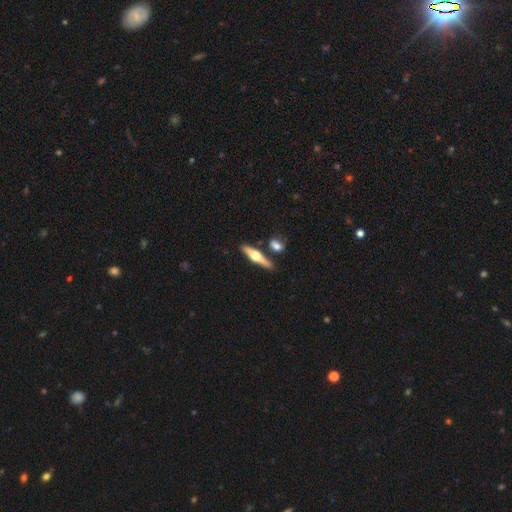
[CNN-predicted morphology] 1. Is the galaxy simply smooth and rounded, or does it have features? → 64% featured or disk, 31% smooth, 5% star or artifact.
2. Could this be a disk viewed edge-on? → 95% yes, 5% no.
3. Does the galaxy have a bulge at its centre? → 96% rounded, 2% boxy, 2% none.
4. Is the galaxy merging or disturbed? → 77% none, 10% merger, 9% minor disturbance, 3% major disturbance.